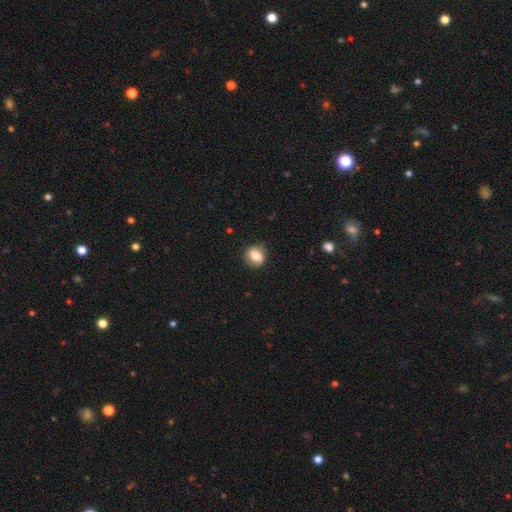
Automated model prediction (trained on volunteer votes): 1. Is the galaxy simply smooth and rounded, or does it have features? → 76% smooth, 15% featured or disk, 9% star or artifact.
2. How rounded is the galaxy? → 67% round, 31% in between, 1% cigar-shaped.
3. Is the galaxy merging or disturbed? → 84% none, 12% minor disturbance, 3% major disturbance, 1% merger.